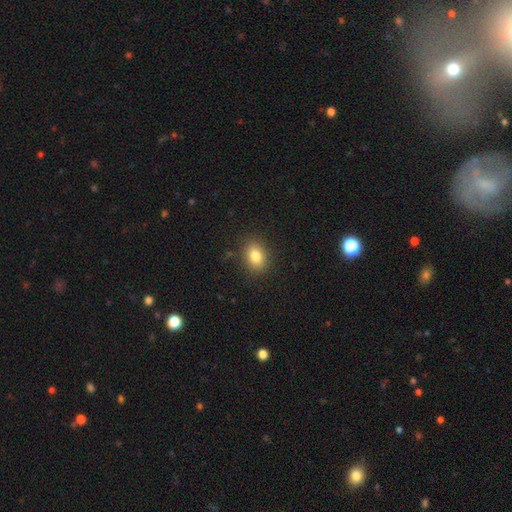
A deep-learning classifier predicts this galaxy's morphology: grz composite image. It shows a smooth galaxy with no disk features (83%) that is in between round and cigar-shaped (71%). Merging: none (87%).